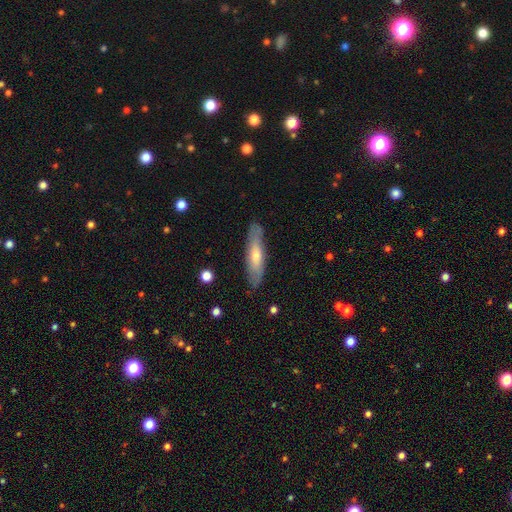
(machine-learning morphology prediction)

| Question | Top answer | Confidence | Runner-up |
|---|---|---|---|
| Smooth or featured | smooth | 54% | featured or disk (40%) |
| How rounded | cigar-shaped | 75% | in between (24%) |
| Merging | none | 83% | minor disturbance (13%) |